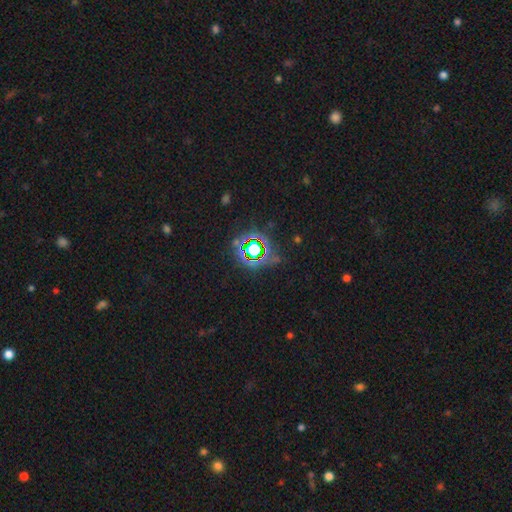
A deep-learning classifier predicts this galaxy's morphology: This is likely a star or artifact rather than a galaxy (77%).